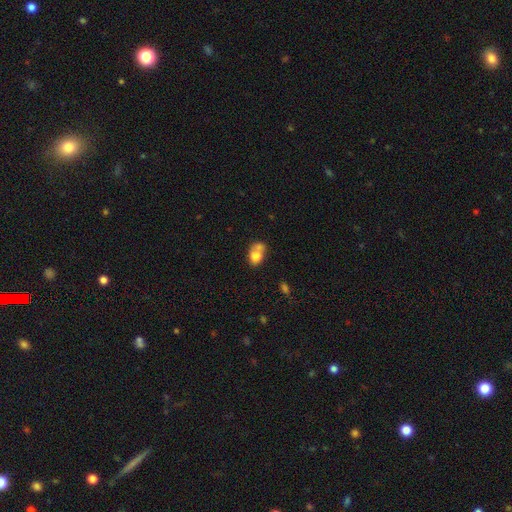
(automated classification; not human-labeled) smooth_or_featured: smooth (p=0.74) [alt: featured or disk p=0.16]
how_rounded: in between (p=0.66) [alt: round p=0.33]
merging: merger (p=0.56) [alt: none p=0.25]